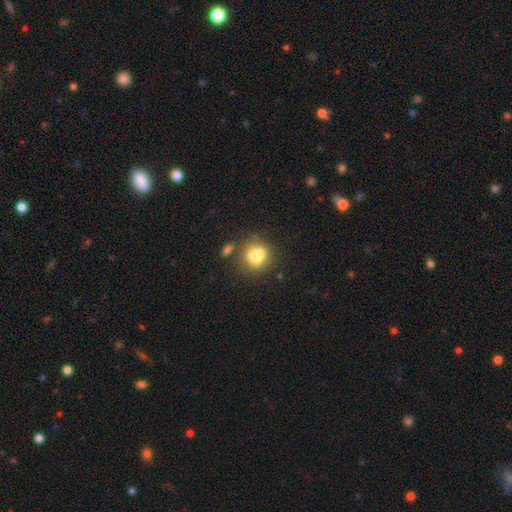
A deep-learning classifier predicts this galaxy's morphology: smooth-or-featured: smooth: 72% | featured or disk: 18% | star or artifact: 10%
  how-rounded: round: 79% | in between: 20% | cigar-shaped: 1%
  merging: none: 47% | merger: 35% | minor disturbance: 13% | major disturbance: 5%